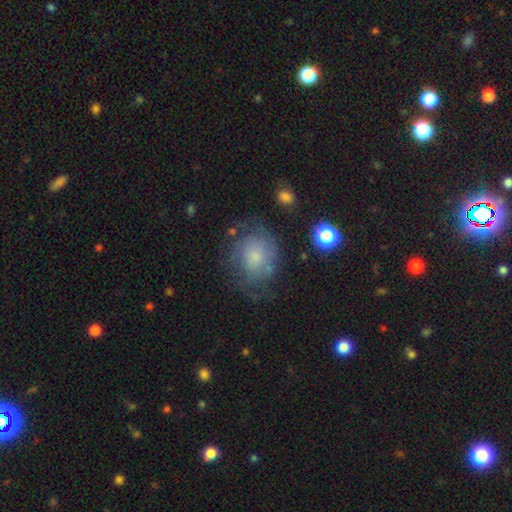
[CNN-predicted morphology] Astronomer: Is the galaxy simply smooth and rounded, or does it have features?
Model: smooth — 45%, tied with featured or disk at 45%.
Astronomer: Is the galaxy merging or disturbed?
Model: none — 54%.